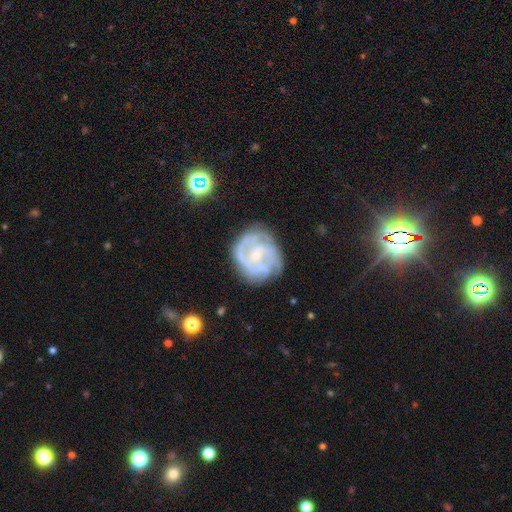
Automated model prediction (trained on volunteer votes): Morphology: type=featured or disk (82%); edge-on=no (98%); bar=no (55%); spiral arms=yes (90%); winding=tight (55%); arm count=can't tell (31%); bulge=small (69%); merging=none (69%).